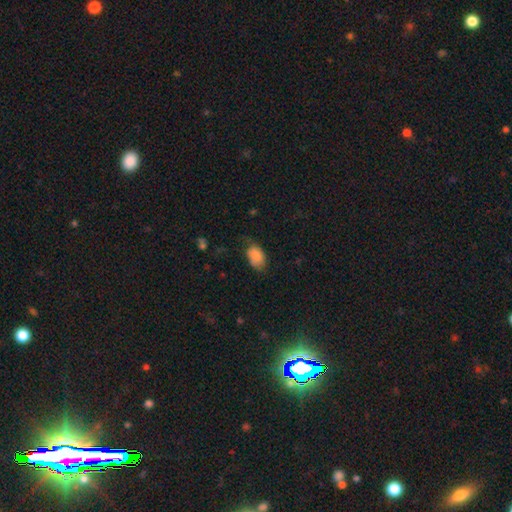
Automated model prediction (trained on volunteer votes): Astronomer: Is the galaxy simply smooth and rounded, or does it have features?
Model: smooth — 83%.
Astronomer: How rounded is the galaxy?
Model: in between — 88%.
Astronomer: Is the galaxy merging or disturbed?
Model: none — 59%.